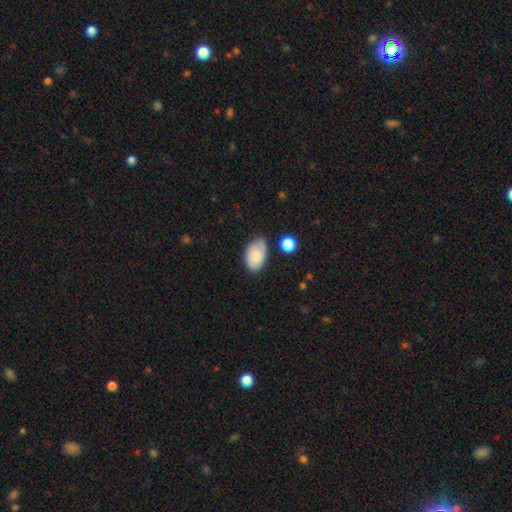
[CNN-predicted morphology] smooth 79%, featured or disk 14%, star or artifact 7%. Down the decision tree: how rounded — in between (92%); merging — none (64%).